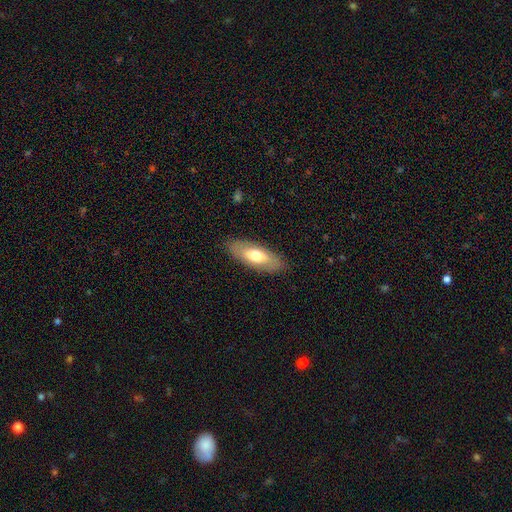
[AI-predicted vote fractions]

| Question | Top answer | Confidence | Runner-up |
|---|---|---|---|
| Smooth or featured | smooth | 62% | featured or disk (33%) |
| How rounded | in between | 74% | cigar-shaped (23%) |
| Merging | none | 86% | minor disturbance (10%) |